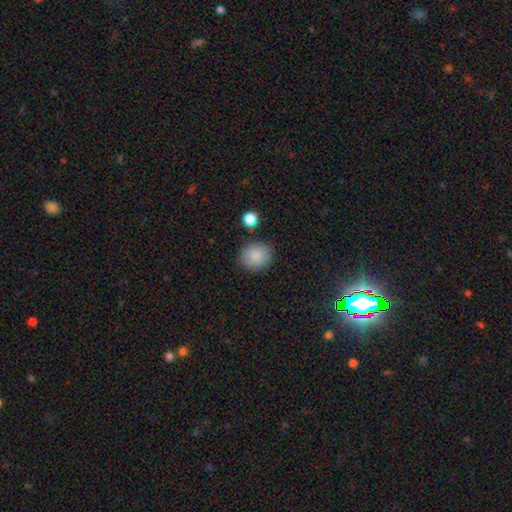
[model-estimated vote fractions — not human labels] This is clearly a smooth galaxy (88%). How rounded: likely round (60%). Merging: clearly none (84%).